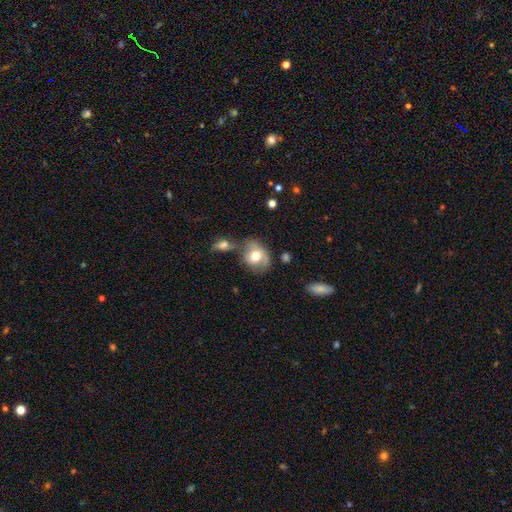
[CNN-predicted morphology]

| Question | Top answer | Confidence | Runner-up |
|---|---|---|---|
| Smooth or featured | smooth | 65% | featured or disk (27%) |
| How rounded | round | 51% | in between (48%) |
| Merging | none | 40% | merger (25%) |